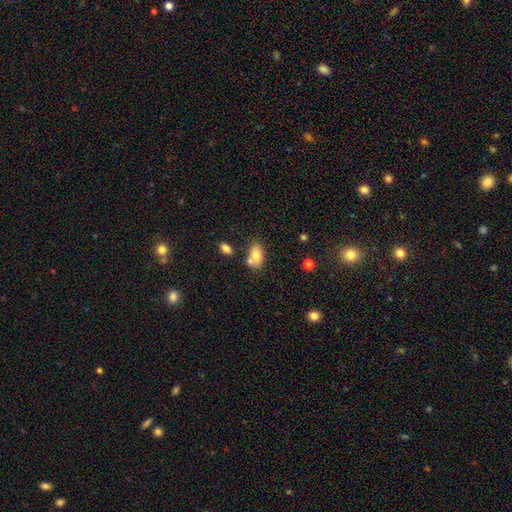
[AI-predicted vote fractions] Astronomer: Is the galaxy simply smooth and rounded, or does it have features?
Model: smooth — 77%.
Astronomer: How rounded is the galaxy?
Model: in between — 88%.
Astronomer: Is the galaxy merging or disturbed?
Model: none — 51% (runner-up: merger, 28%).